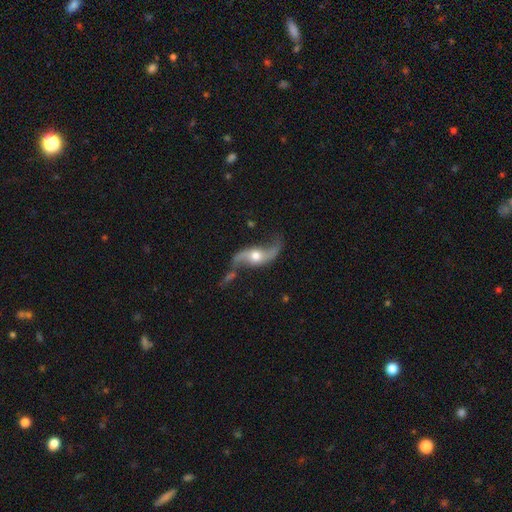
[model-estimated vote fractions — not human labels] Smooth or featured? Predicted: featured or disk (p=0.88). Edge-on disk? Predicted: no (p=0.92). Bar? Predicted: no (p=0.63). Spiral arms? Predicted: yes (p=0.95). Spiral winding? Predicted: loose (p=0.91). Spiral arm count? Predicted: 2 (p=0.94). Bulge size? Predicted: moderate (p=0.71). Merging? Predicted: none (p=0.64).